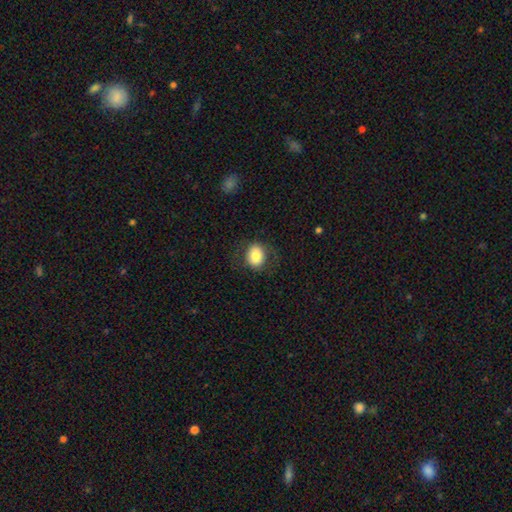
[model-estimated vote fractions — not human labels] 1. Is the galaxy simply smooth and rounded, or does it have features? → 80% smooth, 12% featured or disk, 8% star or artifact.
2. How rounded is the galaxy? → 52% round, 47% in between, 1% cigar-shaped.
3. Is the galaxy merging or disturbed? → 79% none, 13% minor disturbance, 7% major disturbance, 1% merger.